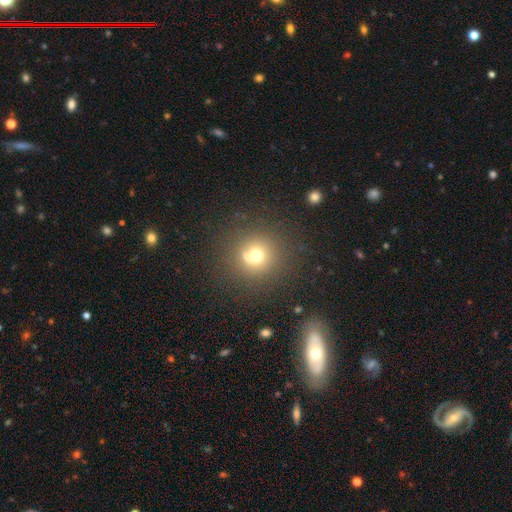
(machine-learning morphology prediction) smooth 67%, star or artifact 19%, featured or disk 14%. Down the decision tree: how rounded — round (93%); merging — none (72%).